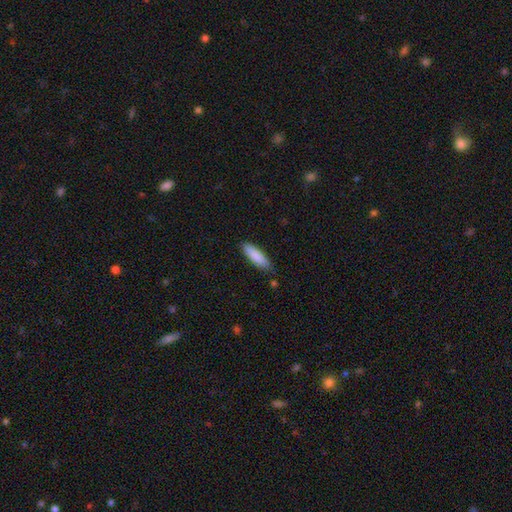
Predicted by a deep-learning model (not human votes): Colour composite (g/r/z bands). It shows a smooth galaxy with no disk features (87%) that is cigar-shaped (60%). Merging: none (81%).